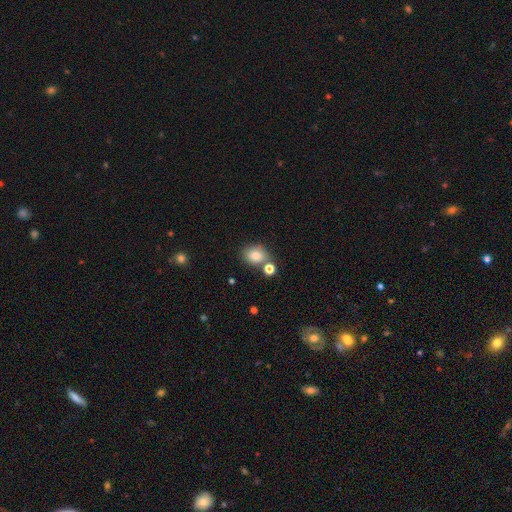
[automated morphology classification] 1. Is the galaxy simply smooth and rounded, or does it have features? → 82% smooth, 10% star or artifact, 7% featured or disk.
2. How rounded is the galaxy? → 59% round, 40% in between, 1% cigar-shaped.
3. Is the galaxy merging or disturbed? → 63% none, 21% merger, 12% minor disturbance, 4% major disturbance.